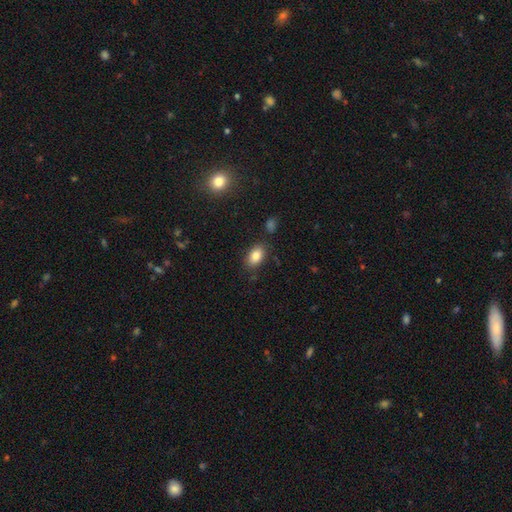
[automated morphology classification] This is clearly a smooth galaxy (84%). How rounded: clearly in between (90%). Merging: clearly none (82%).